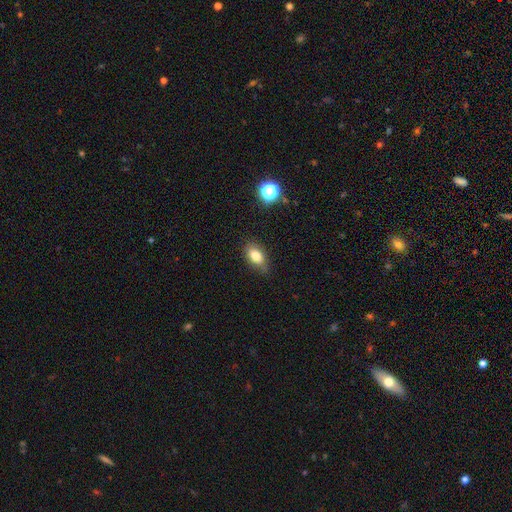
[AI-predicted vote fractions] smooth_or_featured: smooth (p=0.79) [alt: featured or disk p=0.11]
how_rounded: in between (p=0.85) [alt: round p=0.12]
merging: none (p=0.73) [alt: minor disturbance p=0.21]